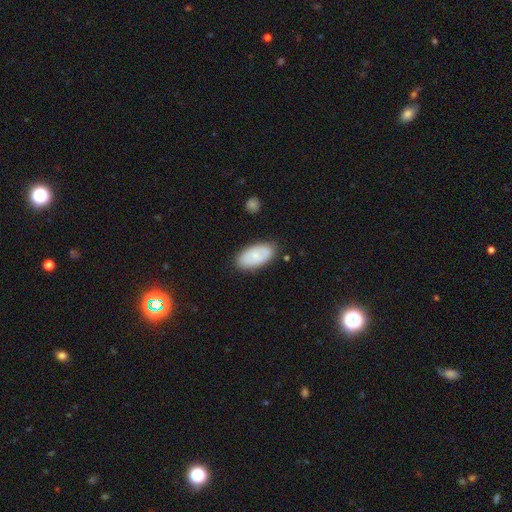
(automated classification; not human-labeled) Overall: smooth (67%). How rounded: in between (94%). Merging: none (82%).